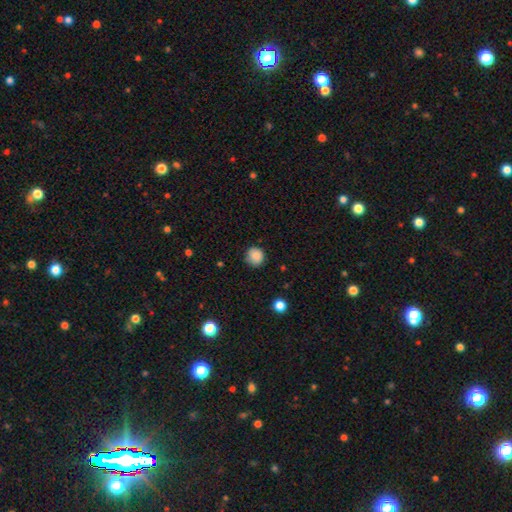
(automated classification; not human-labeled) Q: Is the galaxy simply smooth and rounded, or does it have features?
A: smooth — 86%.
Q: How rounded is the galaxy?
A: round — 90%.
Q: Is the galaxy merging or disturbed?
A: none — 77%.